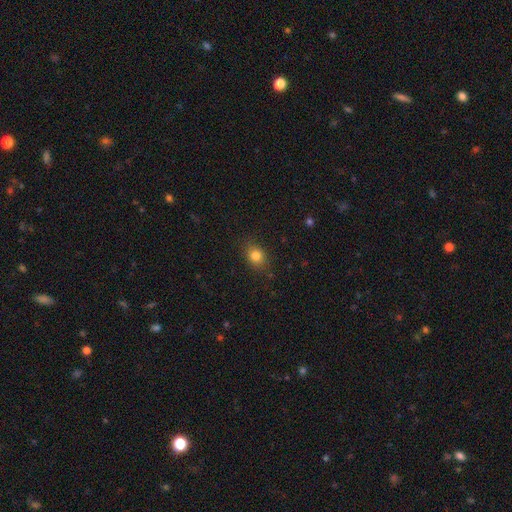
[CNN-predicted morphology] smooth-or-featured: smooth: 81% | star or artifact: 12% | featured or disk: 7%
  how-rounded: round: 51% | in between: 48% | cigar-shaped: 1%
  merging: none: 84% | minor disturbance: 11% | major disturbance: 3% | merger: 1%